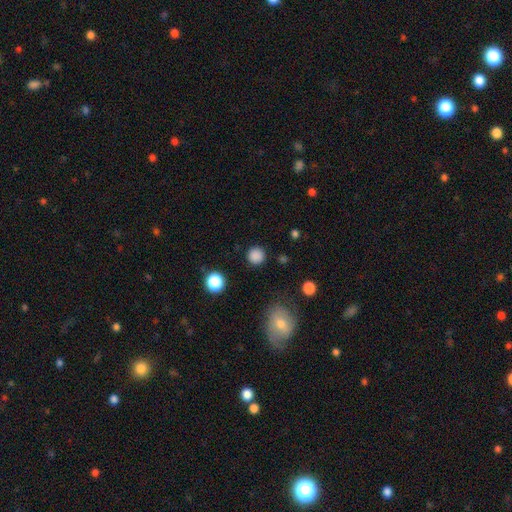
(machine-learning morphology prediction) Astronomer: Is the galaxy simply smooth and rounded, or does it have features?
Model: smooth — 84%.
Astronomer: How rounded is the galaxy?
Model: round — 95%.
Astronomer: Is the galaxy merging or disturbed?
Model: none — 89%.